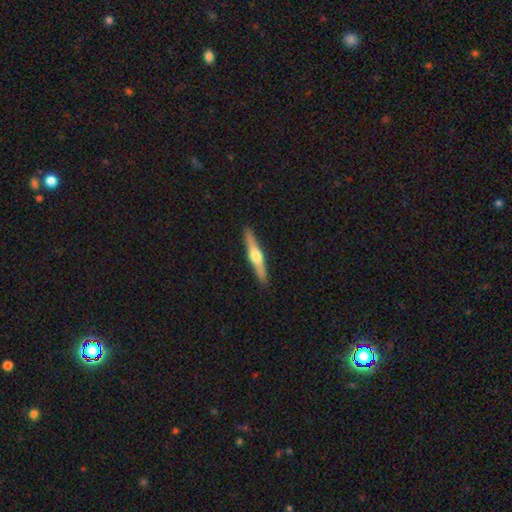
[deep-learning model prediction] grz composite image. It shows a featured or disk galaxy (69%) viewed edge-on (98%) with a rounded central bulge (94%). Merging: none (92%).